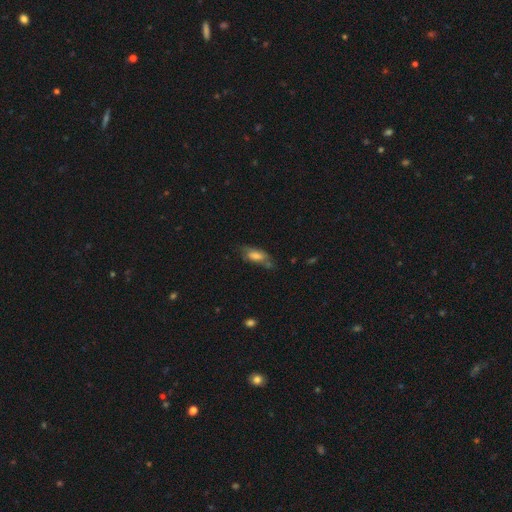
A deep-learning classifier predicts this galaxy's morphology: Q: Smooth or featured?
A: smooth (61%); runner-up: featured or disk (30%)
Q: How rounded?
A: in between (74%); runner-up: cigar-shaped (23%)
Q: Merging?
A: none (51%); runner-up: minor disturbance (29%)